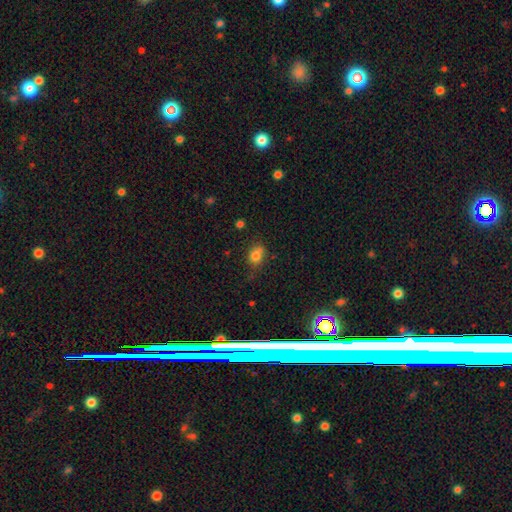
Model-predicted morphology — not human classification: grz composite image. It shows a smooth galaxy with no disk features (79%) that is in between round and cigar-shaped (56%). Merging: none (61%).